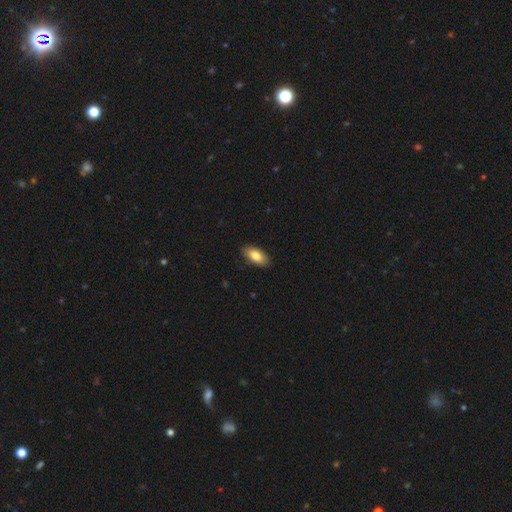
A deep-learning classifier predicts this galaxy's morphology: type=smooth (82%); roundness=in between (91%); merging=none (89%).